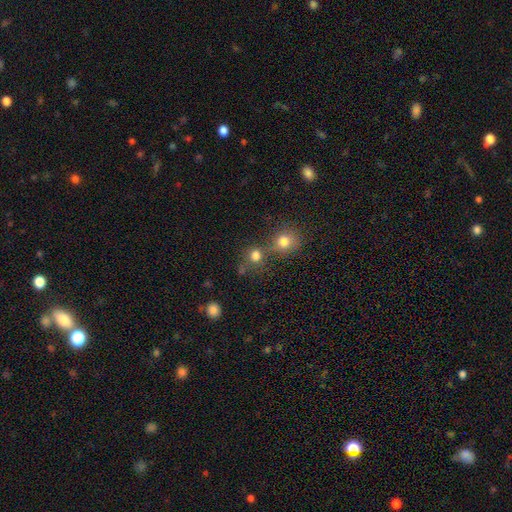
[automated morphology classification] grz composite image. It shows a smooth galaxy with no disk features (77%) that is round (87%). Merging: none (57%).